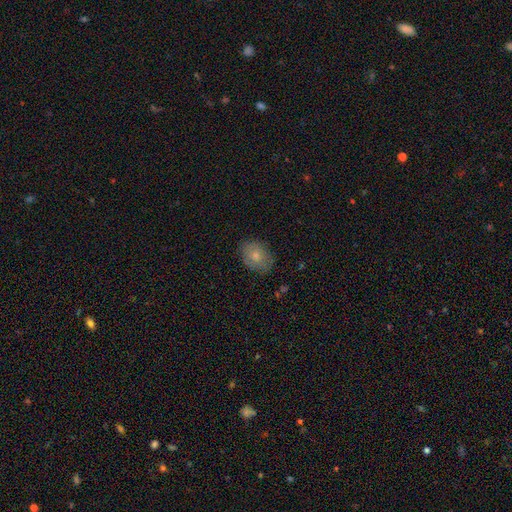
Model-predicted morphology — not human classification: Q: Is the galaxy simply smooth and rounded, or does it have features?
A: smooth — 75%.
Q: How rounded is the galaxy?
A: in between — 72%.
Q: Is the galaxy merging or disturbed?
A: none — 82%.